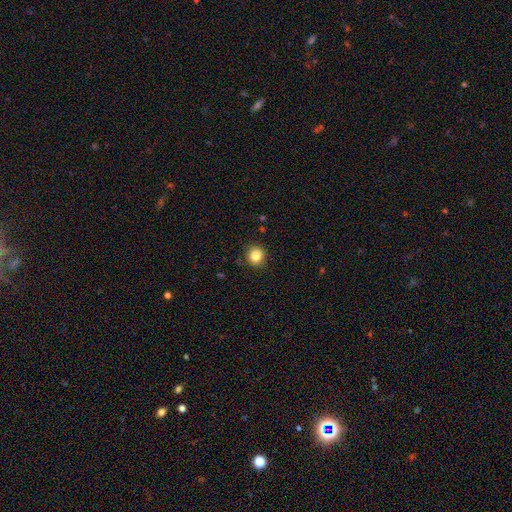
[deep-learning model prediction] Smooth or featured: smooth — 83% (star or artifact — 11%)
How rounded: round — 91% (in between — 8%)
Merging: none — 90% (minor disturbance — 7%)